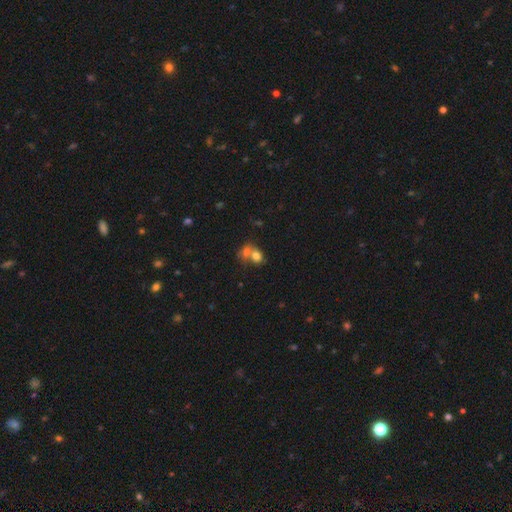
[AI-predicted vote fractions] Morphology: type=smooth (74%); roundness=round (52%); merging=merger (62%).